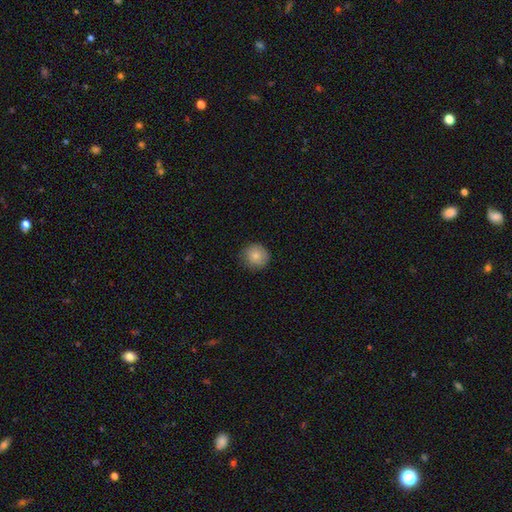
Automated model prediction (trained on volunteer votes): Smooth or featured?
  - smooth: 82% *
  - star or artifact: 9%
  - featured or disk: 9%
How rounded?
  - round: 92% *
  - in between: 7%
  - cigar-shaped: 1%
Merging?
  - none: 85% *
  - minor disturbance: 12%
  - major disturbance: 2%
  - merger: 1%